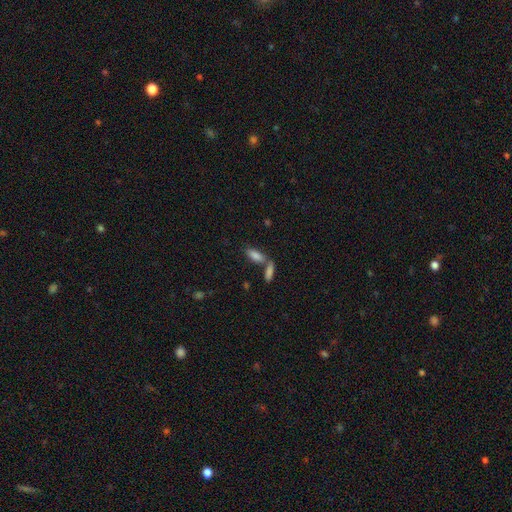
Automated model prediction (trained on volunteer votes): Q: Smooth or featured?
A: smooth (81%); runner-up: featured or disk (11%)
Q: How rounded?
A: in between (74%); runner-up: cigar-shaped (24%)
Q: Merging?
A: none (45%); runner-up: merger (43%)